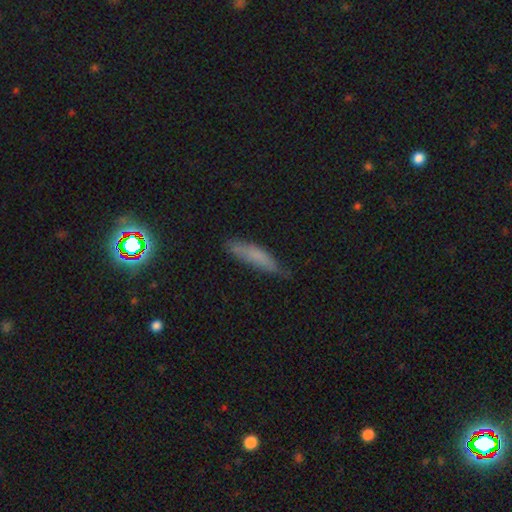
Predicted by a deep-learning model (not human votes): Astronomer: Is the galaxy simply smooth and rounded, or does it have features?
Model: smooth — 68%.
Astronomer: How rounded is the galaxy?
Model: cigar-shaped — 77%.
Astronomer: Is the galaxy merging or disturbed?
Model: none — 67%.